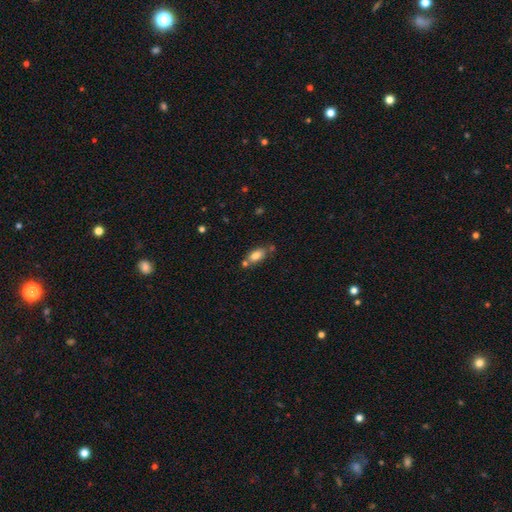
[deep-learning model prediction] Overall: smooth (80%). How rounded: in between (87%). Merging: none (60%; merger 20%).